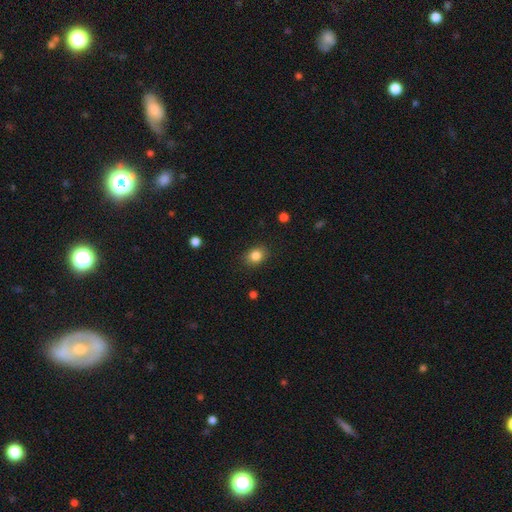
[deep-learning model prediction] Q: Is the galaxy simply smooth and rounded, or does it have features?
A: smooth — 85%.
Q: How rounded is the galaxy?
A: in between — 50%.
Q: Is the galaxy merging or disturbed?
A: none — 86%.